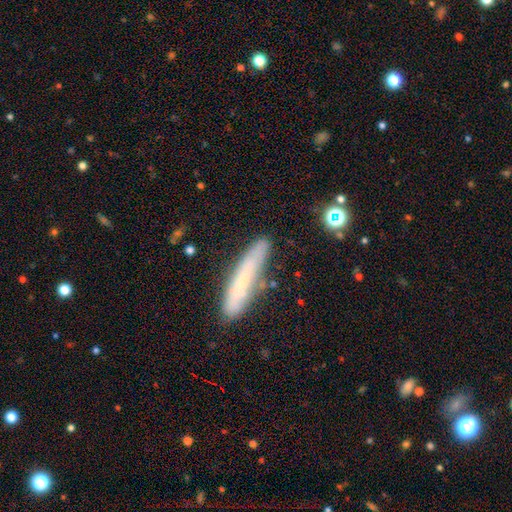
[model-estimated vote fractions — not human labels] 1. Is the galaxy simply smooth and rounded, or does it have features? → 58% smooth, 33% featured or disk, 9% star or artifact.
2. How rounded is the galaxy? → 87% cigar-shaped, 11% in between, 2% round.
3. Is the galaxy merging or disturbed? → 76% none, 16% minor disturbance, 4% major disturbance, 4% merger.